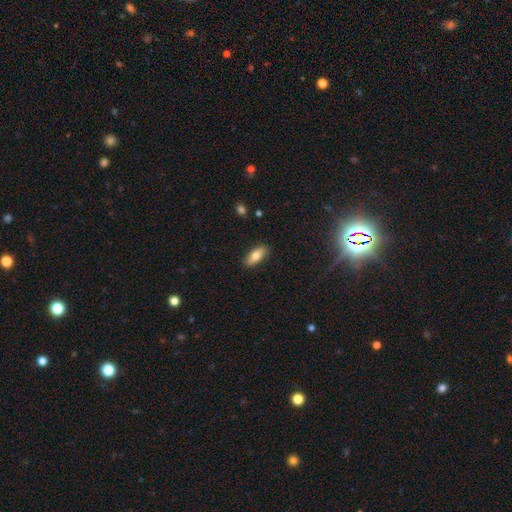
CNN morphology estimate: Smooth or featured? smooth (75%)
How rounded? in between (81%)
Merging? none (88%)